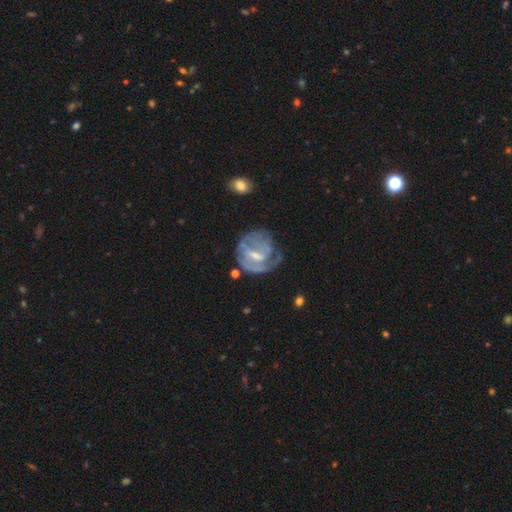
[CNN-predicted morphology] A featured or disk galaxy (74%) with a weak bar (50%), tight (48%) spiral arms (72%) and a small central bulge (49%). Merging: none (43%).